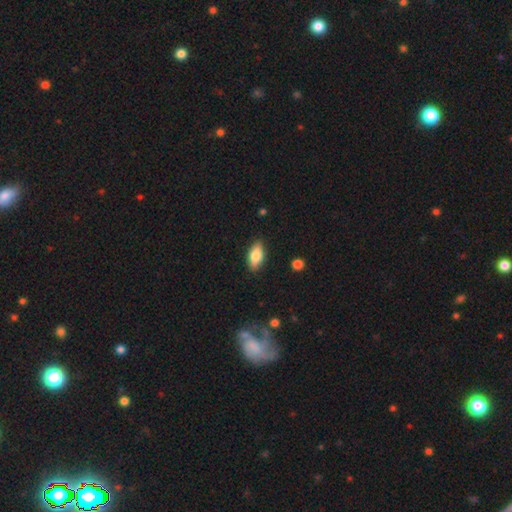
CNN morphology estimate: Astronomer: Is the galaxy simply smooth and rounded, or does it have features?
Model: smooth — 72%.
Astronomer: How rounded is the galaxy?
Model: in between — 84%.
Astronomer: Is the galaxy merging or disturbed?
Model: none — 87%.